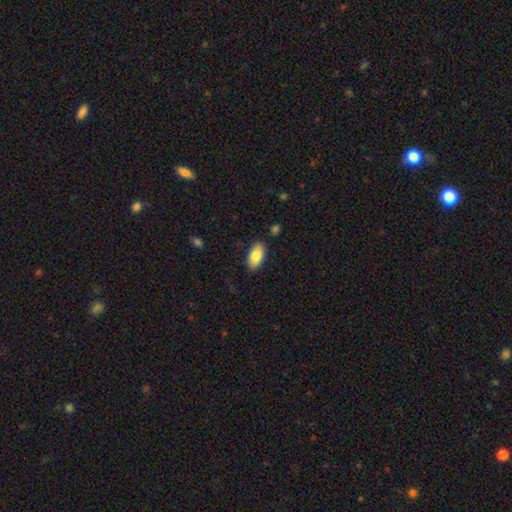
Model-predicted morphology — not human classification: Q: Smooth or featured?
A: smooth (82%); runner-up: featured or disk (11%)
Q: How rounded?
A: in between (93%); runner-up: cigar-shaped (4%)
Q: Merging?
A: none (87%); runner-up: minor disturbance (10%)